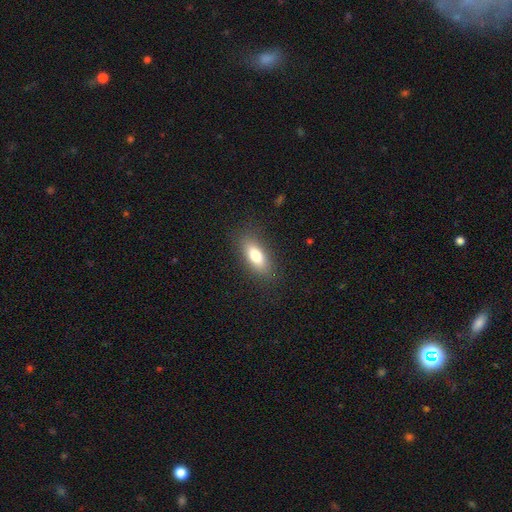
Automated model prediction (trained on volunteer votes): smooth-or-featured: smooth: 76% | featured or disk: 16% | star or artifact: 8%
  how-rounded: in between: 75% | cigar-shaped: 21% | round: 4%
  merging: none: 85% | minor disturbance: 11% | major disturbance: 4% | merger: 1%